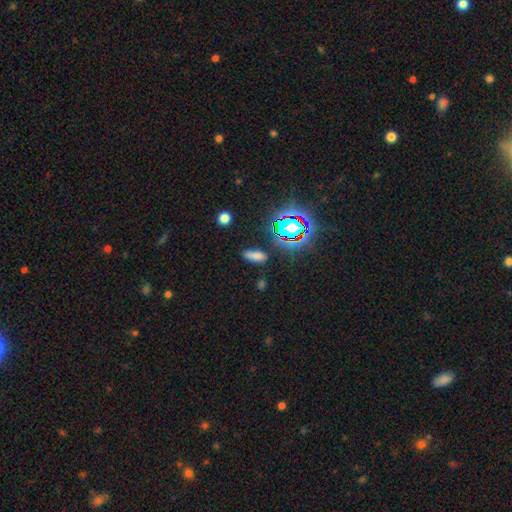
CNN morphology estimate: Smooth or featured: smooth — 70% (star or artifact — 21%)
How rounded: in between — 69% (cigar-shaped — 26%)
Merging: none — 79% (minor disturbance — 13%)